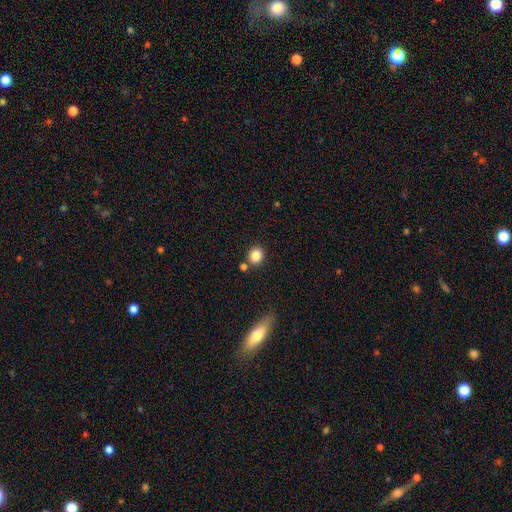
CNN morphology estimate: This appears to be a smooth galaxy with no disk features (85%) that is round (75%). Merging: none (76%).